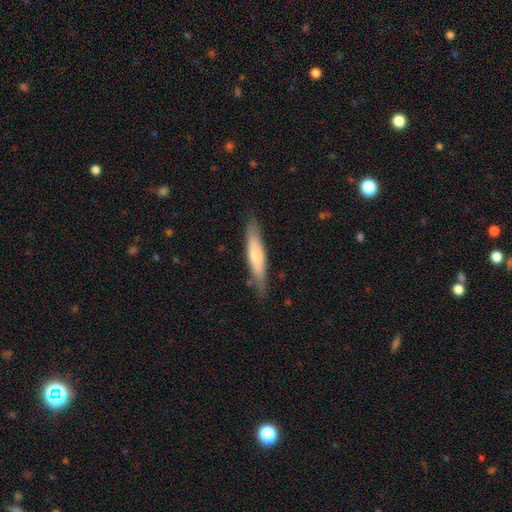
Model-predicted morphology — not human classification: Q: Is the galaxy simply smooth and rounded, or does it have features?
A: smooth — 61%.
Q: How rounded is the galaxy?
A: cigar-shaped — 85%.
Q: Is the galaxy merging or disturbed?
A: none — 81%.